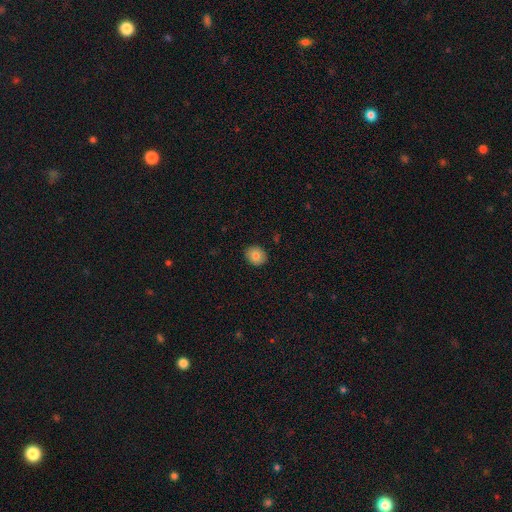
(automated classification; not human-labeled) Smooth or featured?
  - smooth: 82% *
  - featured or disk: 9%
  - star or artifact: 9%
How rounded?
  - round: 67% *
  - in between: 32%
  - cigar-shaped: 1%
Merging?
  - none: 90% *
  - minor disturbance: 7%
  - major disturbance: 2%
  - merger: 1%